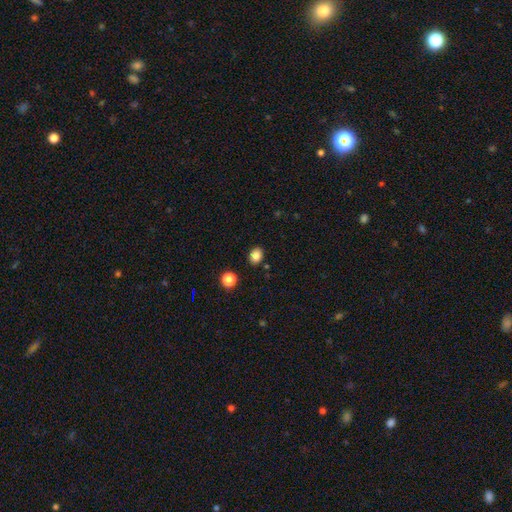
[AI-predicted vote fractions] smooth_or_featured: smooth (p=0.84) [alt: star or artifact p=0.11]
how_rounded: in between (p=0.50) [alt: round p=0.49]
merging: none (p=0.87) [alt: minor disturbance p=0.08]